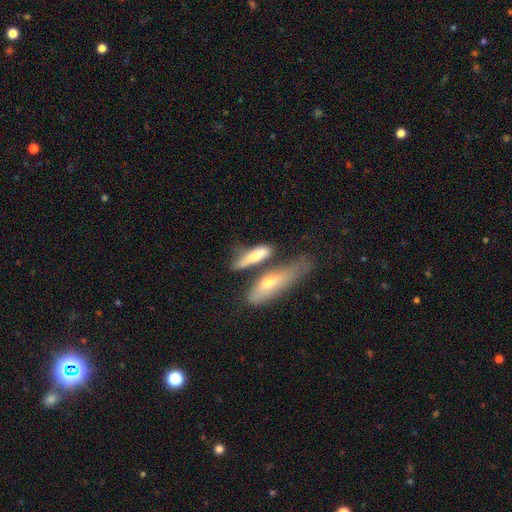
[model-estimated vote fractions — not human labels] This appears to be a smooth galaxy with no disk features (66%) that is cigar-shaped (64%). Merging: none (45%).